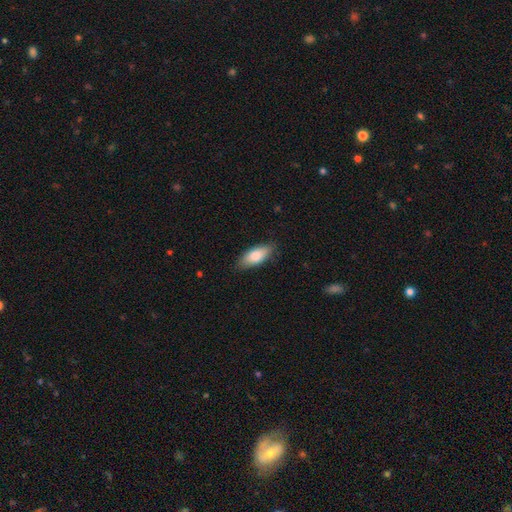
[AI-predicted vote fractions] Morphology: type=smooth (83%); roundness=in between (81%); merging=none (82%).